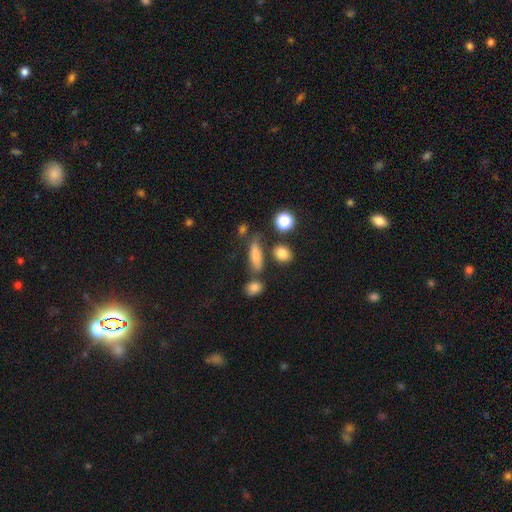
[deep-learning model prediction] The model was most divided on "how rounded": cigar-shaped: 48%, in between: 43%, round: 9%. More confident: smooth or featured — smooth (70%); merging — none (62%).